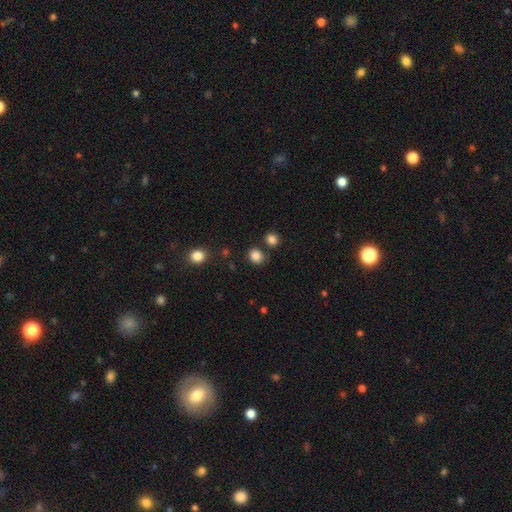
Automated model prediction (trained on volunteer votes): Smooth or featured?
  - smooth: 85% *
  - star or artifact: 11%
  - featured or disk: 4%
How rounded?
  - round: 66% *
  - in between: 33%
  - cigar-shaped: 1%
Merging?
  - none: 79% *
  - minor disturbance: 10%
  - merger: 8%
  - major disturbance: 3%